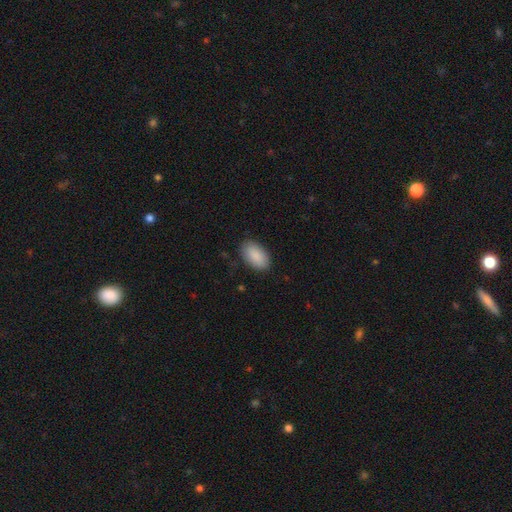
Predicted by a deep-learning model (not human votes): A smooth galaxy with no disk features (90%) that is in between round and cigar-shaped (95%). Merging: none (86%).